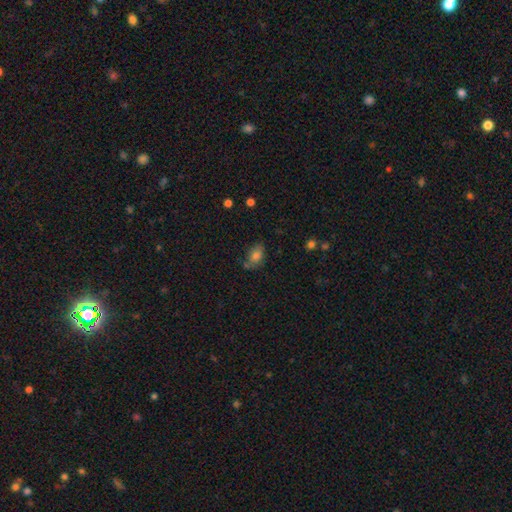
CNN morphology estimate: Smooth or featured? smooth (76%)
How rounded? in between (84%)
Merging? none (62%)